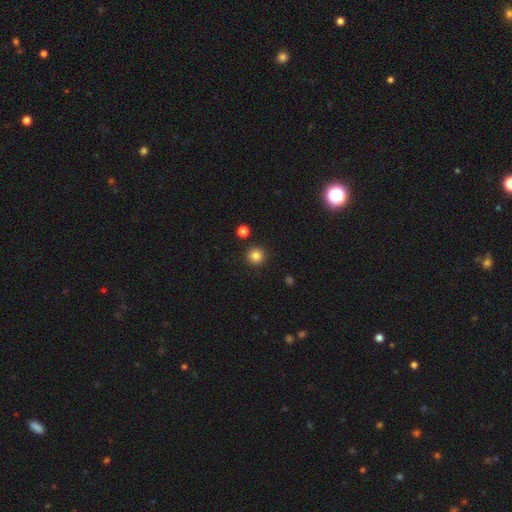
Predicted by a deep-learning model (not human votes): smooth 84%, star or artifact 12%, featured or disk 4%. Down the decision tree: how rounded — round (95%); merging — none (91%).